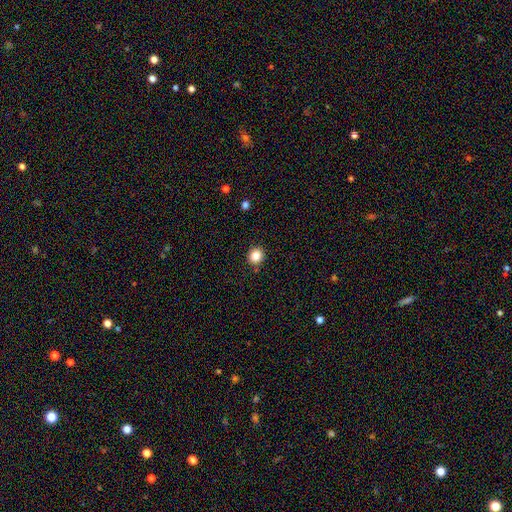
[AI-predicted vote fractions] smooth-or-featured: smooth: 84% | star or artifact: 11% | featured or disk: 5%
  how-rounded: round: 88% | in between: 11% | cigar-shaped: 1%
  merging: none: 90% | minor disturbance: 6% | major disturbance: 2% | merger: 1%